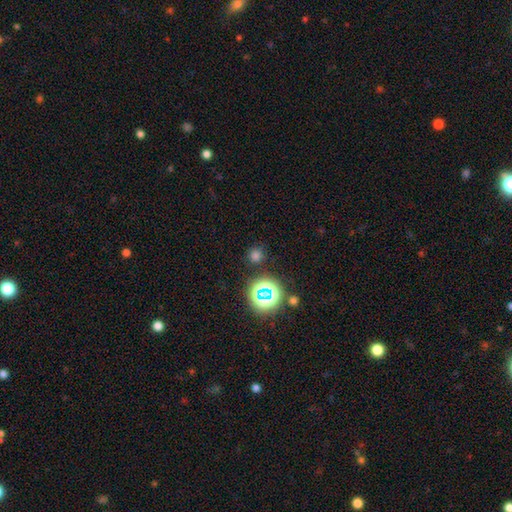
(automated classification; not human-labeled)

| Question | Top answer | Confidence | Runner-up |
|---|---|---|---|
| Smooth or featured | smooth | 64% | star or artifact (30%) |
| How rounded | round | 90% | in between (9%) |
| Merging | none | 83% | minor disturbance (9%) |